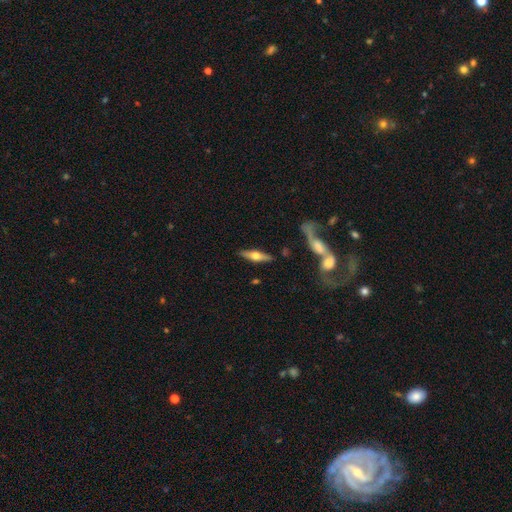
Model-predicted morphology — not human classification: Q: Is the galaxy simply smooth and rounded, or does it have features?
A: featured or disk — 61%.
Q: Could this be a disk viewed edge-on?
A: yes — 93%.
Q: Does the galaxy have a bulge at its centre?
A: rounded — 94%.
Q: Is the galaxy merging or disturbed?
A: none — 85%.